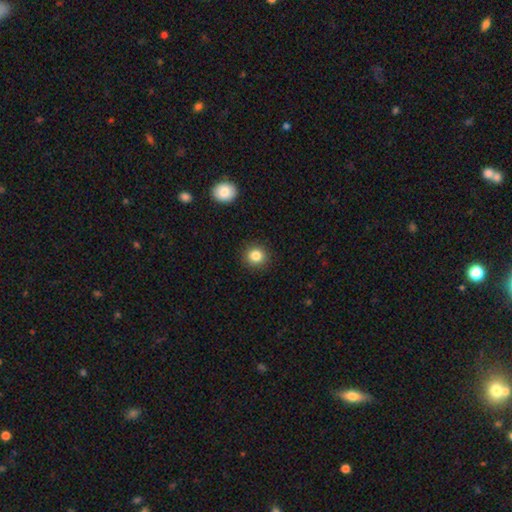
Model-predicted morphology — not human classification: This appears to be a smooth galaxy with no disk features (84%) that is round (90%). Merging: none (91%).